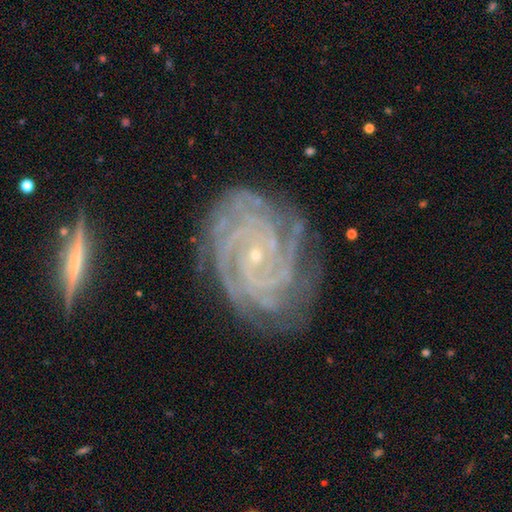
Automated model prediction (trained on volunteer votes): Smooth or featured? featured or disk (90%)
Edge-on disk? no (97%)
Bar? no (71%)
Spiral arms? yes (98%)
Spiral winding? tight (83%)
Spiral arm count? 4 (28%)
Bulge size? small (88%)
Merging? none (77%)